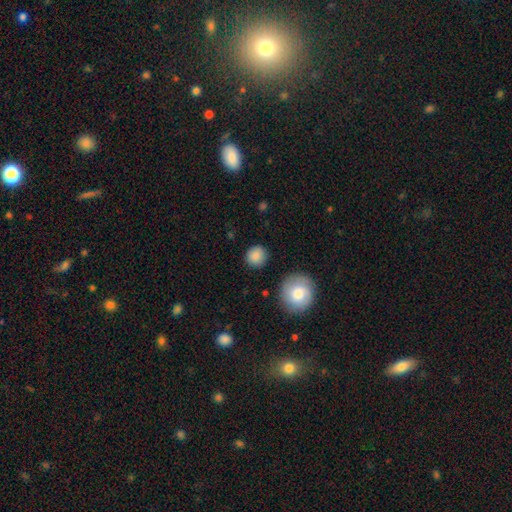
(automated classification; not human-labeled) A smooth galaxy with no disk features (87%) that is round (90%). Merging: none (87%).